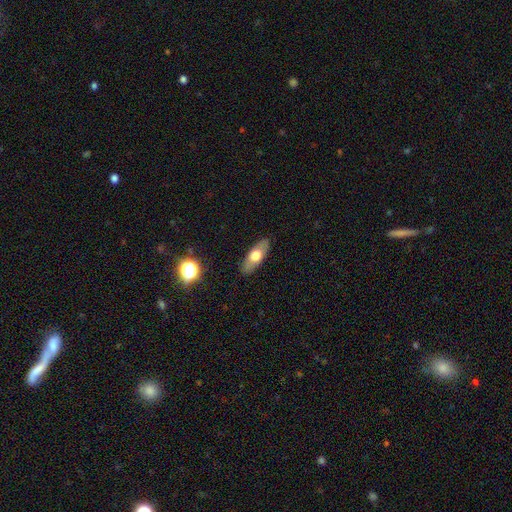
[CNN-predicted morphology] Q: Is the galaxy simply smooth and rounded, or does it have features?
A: smooth — 59%.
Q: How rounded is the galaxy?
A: in between — 75%.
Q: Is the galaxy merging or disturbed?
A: none — 86%.